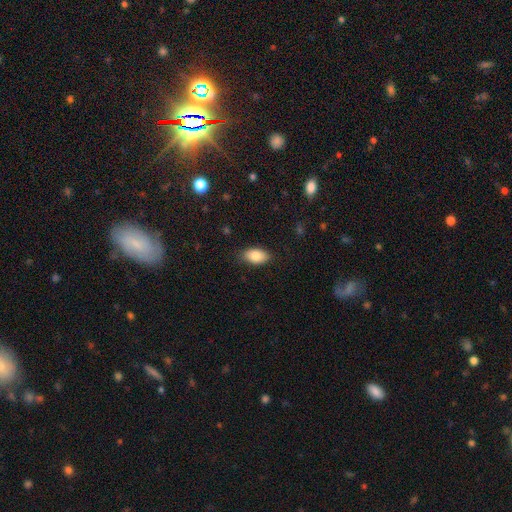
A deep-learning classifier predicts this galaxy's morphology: type=smooth (84%); roundness=in between (93%); merging=none (83%).